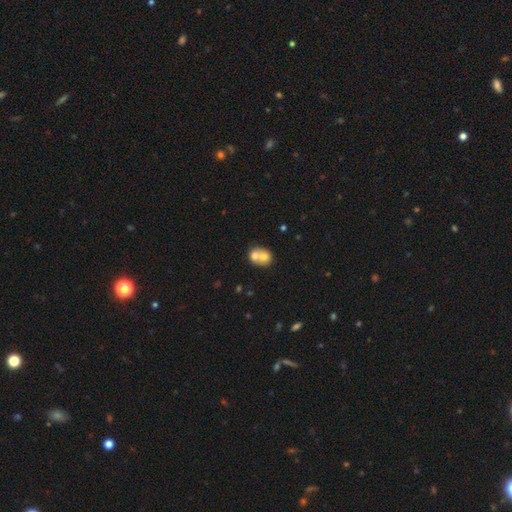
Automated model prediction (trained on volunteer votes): smooth-or-featured: smooth: 65% | featured or disk: 26% | star or artifact: 9%
  how-rounded: round: 62% | in between: 38% | cigar-shaped: 1%
  merging: merger: 69% | none: 23% | minor disturbance: 6% | major disturbance: 3%